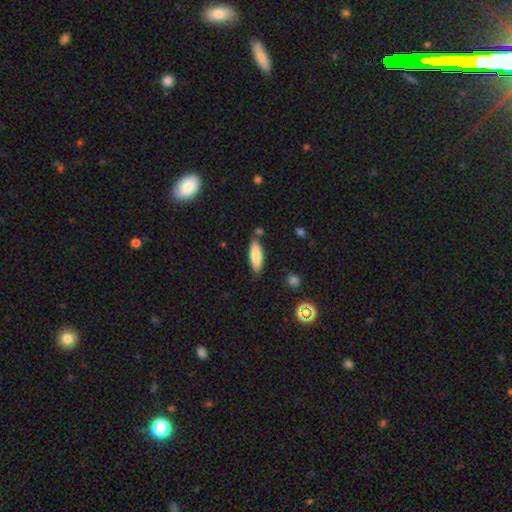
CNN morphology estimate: Q: Smooth or featured?
A: smooth (82%); runner-up: featured or disk (11%)
Q: How rounded?
A: in between (57%); runner-up: cigar-shaped (41%)
Q: Merging?
A: none (78%); runner-up: minor disturbance (14%)